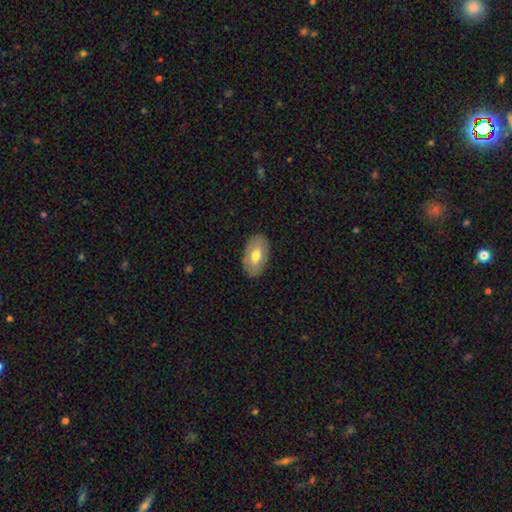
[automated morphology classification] This is possibly a smooth galaxy (58%). How rounded: clearly in between (92%). Merging: clearly none (86%).